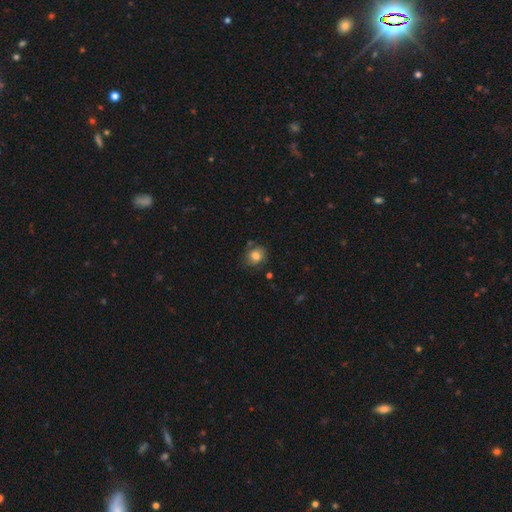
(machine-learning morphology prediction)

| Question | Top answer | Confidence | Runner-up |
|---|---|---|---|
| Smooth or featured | smooth | 77% | featured or disk (13%) |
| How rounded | round | 74% | in between (25%) |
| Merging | none | 71% | minor disturbance (20%) |